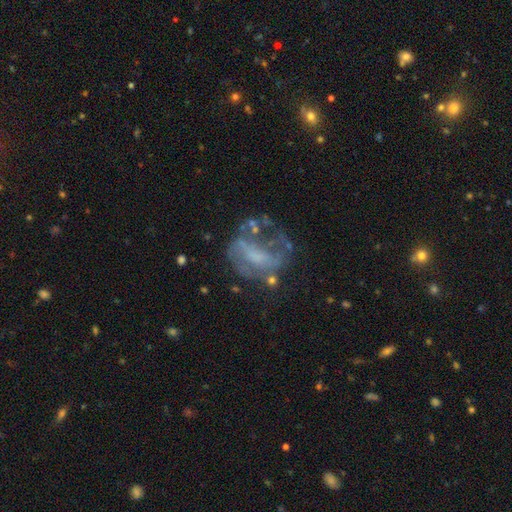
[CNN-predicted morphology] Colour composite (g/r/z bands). It shows a featured or disk galaxy (67%) with no bar (50%), no spiral arms (55%) and no central bulge (46%). Merging: none (41%).